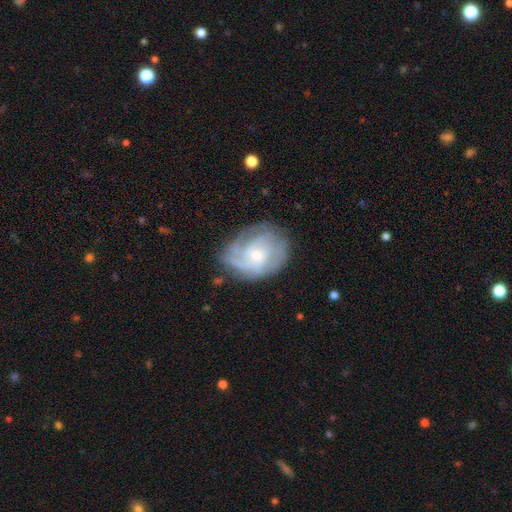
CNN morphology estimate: featured or disk 75%, smooth 18%, star or artifact 7%. Down the decision tree: edge-on disk — no (97%); bar — no (69%); spiral arms — yes (90%); spiral arm count — can't tell (40%); spiral winding — tight (52%); bulge size — small (54%); merging — none (67%).